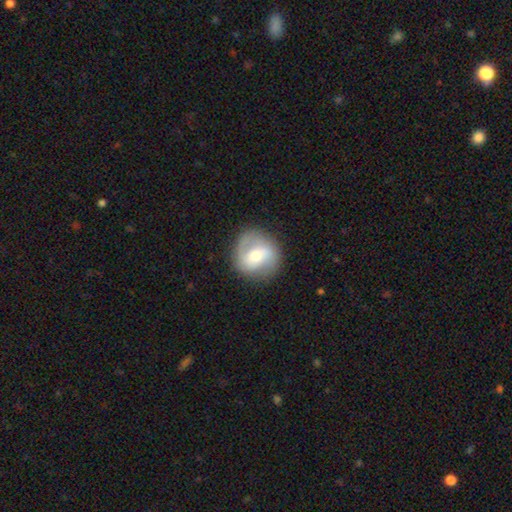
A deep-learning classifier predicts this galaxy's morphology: Q: Smooth or featured?
A: featured or disk (58%); runner-up: smooth (35%)
Q: Edge-on disk?
A: no (96%); runner-up: yes (4%)
Q: Bar?
A: weak (44%); runner-up: no (32%)
Q: Spiral arms?
A: yes (76%); runner-up: no (24%)
Q: Bulge size?
A: moderate (61%); runner-up: small (31%)
Q: Merging?
A: none (81%); runner-up: minor disturbance (12%)